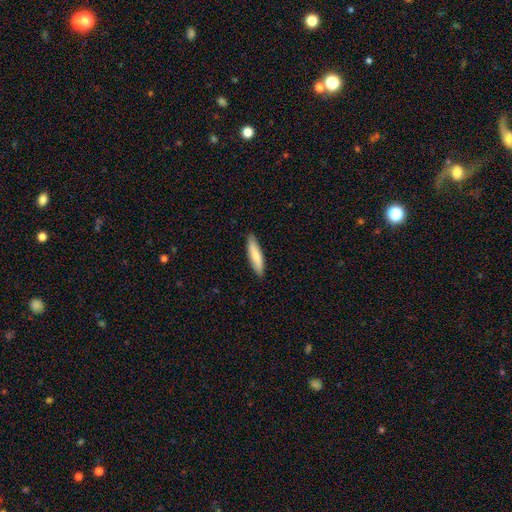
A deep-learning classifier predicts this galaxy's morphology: Smooth or featured? smooth (76%)
How rounded? cigar-shaped (77%)
Merging? none (88%)